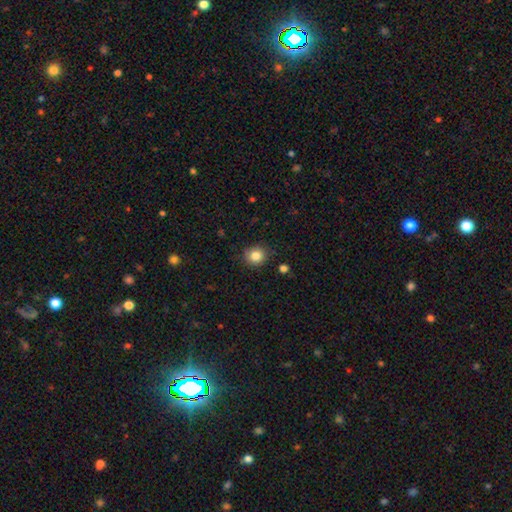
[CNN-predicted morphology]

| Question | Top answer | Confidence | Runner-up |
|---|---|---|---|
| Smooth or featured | smooth | 84% | star or artifact (10%) |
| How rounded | round | 81% | in between (18%) |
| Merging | none | 87% | minor disturbance (9%) |